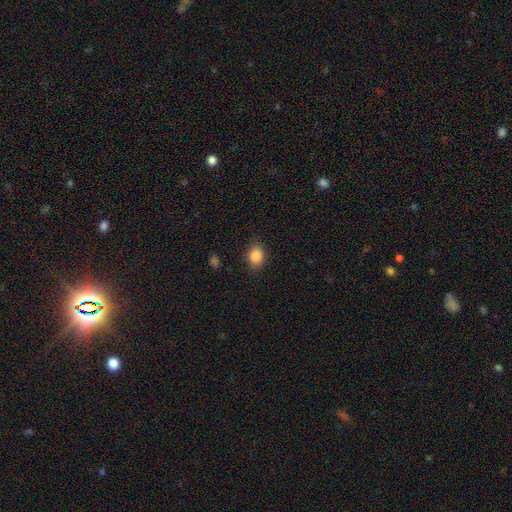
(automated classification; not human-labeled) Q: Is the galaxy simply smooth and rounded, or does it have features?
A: smooth — 87%.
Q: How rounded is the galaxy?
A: in between — 63%.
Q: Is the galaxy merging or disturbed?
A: none — 83%.